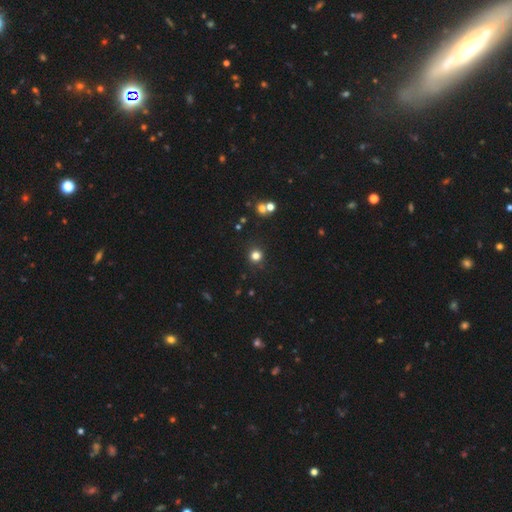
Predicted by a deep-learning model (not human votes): The model was most divided on "smooth or featured": smooth: 79%, star or artifact: 16%, featured or disk: 5%. More confident: how rounded — round (93%); merging — none (88%).